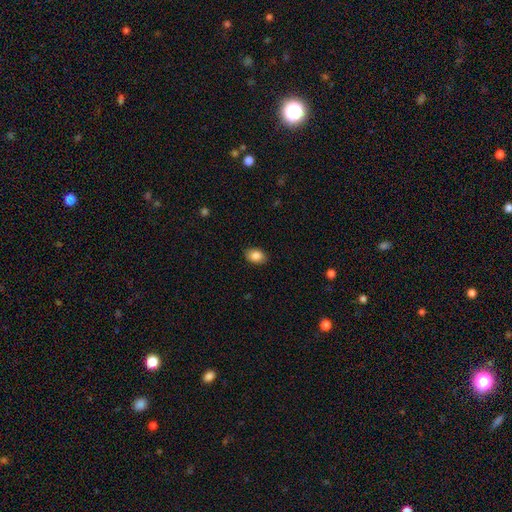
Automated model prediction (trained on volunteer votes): smooth 87%, star or artifact 8%, featured or disk 5%. Down the decision tree: how rounded — in between (81%); merging — none (87%).